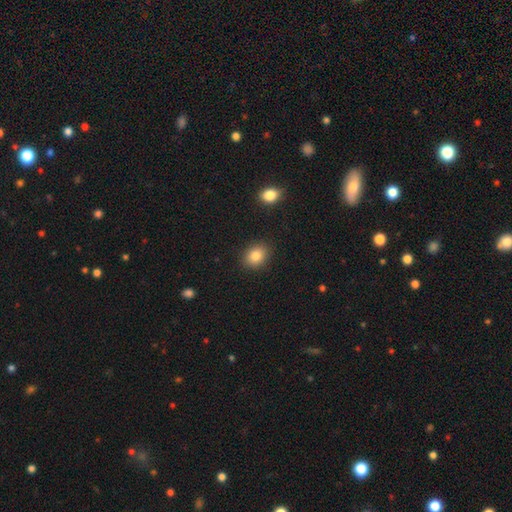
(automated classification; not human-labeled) The model was most divided on "how rounded": in between: 58%, round: 41%, cigar-shaped: 1%. More confident: merging — none (88%); smooth or featured — smooth (84%).